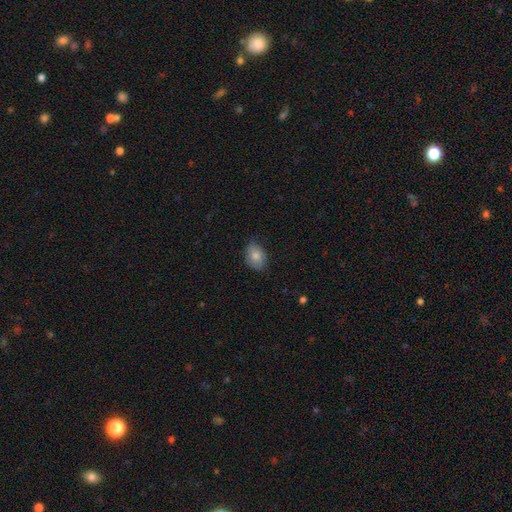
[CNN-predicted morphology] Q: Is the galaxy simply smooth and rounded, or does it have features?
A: smooth — 80%.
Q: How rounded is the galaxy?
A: in between — 76%.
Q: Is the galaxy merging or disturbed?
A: none — 74%.